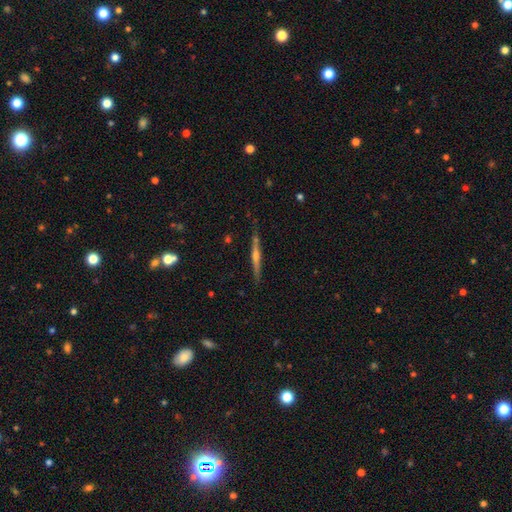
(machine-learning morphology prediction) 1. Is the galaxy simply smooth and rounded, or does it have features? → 77% featured or disk, 16% smooth, 7% star or artifact.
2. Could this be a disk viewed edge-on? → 98% yes, 2% no.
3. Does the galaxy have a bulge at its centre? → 76% rounded, 15% none, 8% boxy.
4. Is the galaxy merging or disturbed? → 86% none, 10% minor disturbance, 2% major disturbance, 2% merger.